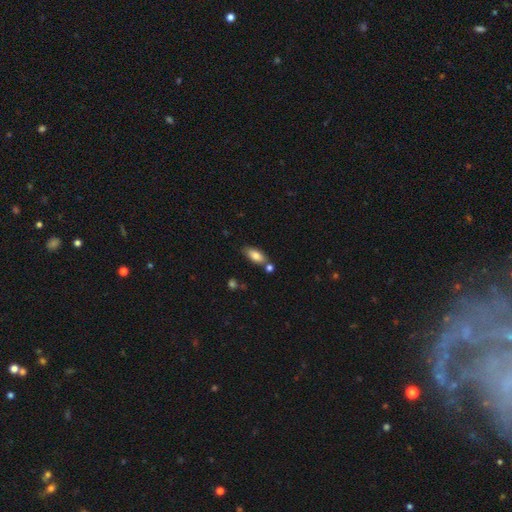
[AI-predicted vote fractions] Smooth or featured: smooth — 80% (featured or disk — 13%)
How rounded: in between — 84% (cigar-shaped — 13%)
Merging: none — 68% (minor disturbance — 14%)